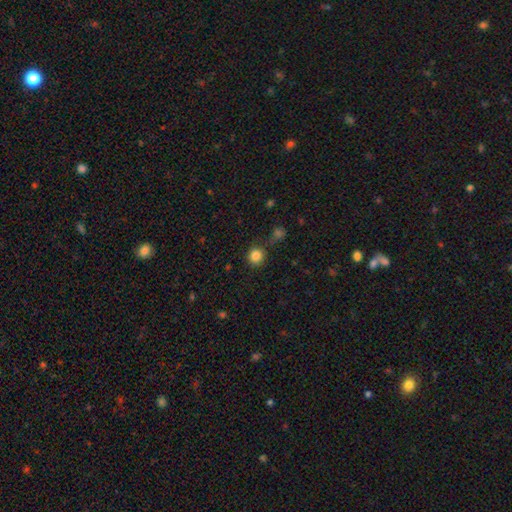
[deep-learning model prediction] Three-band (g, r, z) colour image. It shows a smooth galaxy with no disk features (84%) that is round (91%). Merging: none (81%).